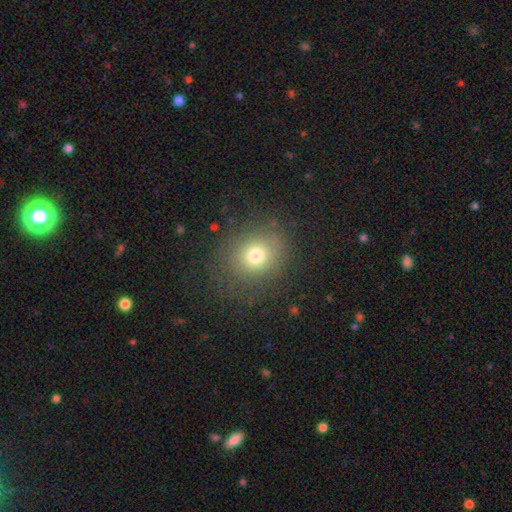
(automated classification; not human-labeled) The model was most divided on "how rounded": round: 76%, in between: 23%, cigar-shaped: 1%. More confident: merging — none (80%); smooth or featured — smooth (73%).